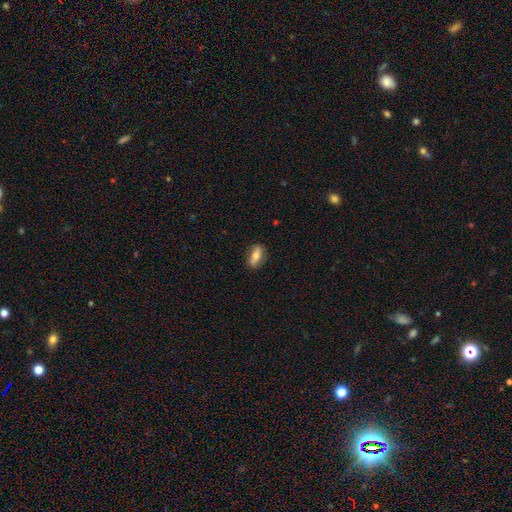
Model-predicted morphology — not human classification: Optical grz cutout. It shows a smooth galaxy with no disk features (60%) that is in between round and cigar-shaped (73%). Merging: none (81%).